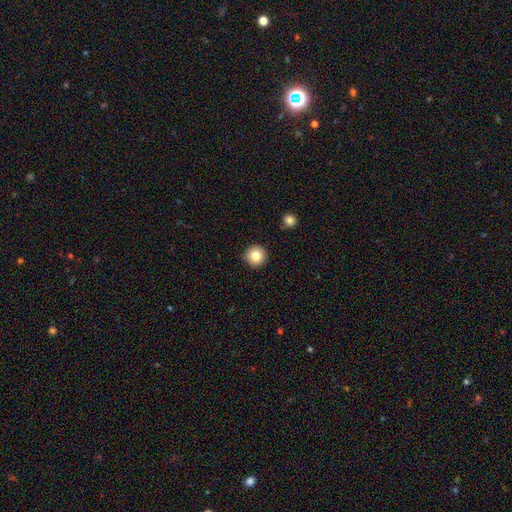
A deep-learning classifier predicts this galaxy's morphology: type=smooth (82%); roundness=round (96%); merging=none (92%).